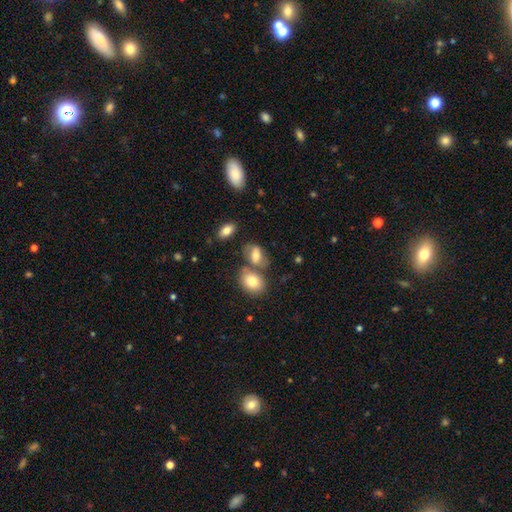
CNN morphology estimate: Q: Smooth or featured?
A: smooth (69%); runner-up: featured or disk (20%)
Q: How rounded?
A: in between (81%); runner-up: round (16%)
Q: Merging?
A: none (48%); runner-up: merger (28%)